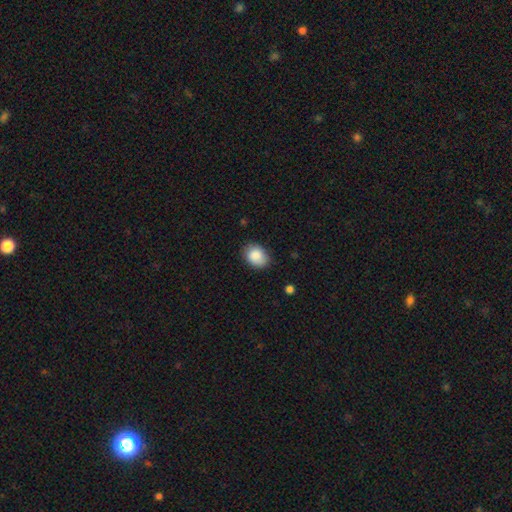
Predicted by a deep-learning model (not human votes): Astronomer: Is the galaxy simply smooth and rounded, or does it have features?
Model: smooth — 87%.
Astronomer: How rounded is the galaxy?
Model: in between — 66%.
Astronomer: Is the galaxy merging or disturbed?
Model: none — 79%.